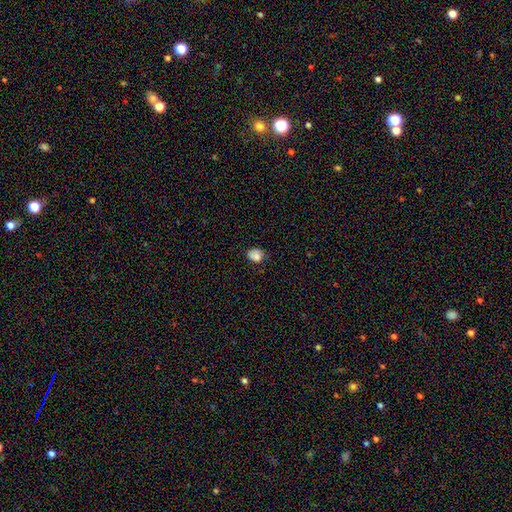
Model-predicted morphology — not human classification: A smooth galaxy with no disk features (84%) that is round (53%). Merging: none (71%).